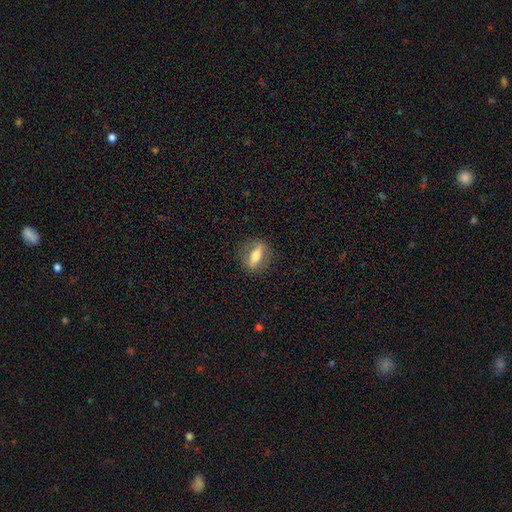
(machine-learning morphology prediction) Smooth or featured?
  - featured or disk: 55% *
  - smooth: 37%
  - star or artifact: 8%
Edge-on disk?
  - yes: 61% *
  - no: 39%
Merging?
  - none: 84% *
  - minor disturbance: 10%
  - major disturbance: 5%
  - merger: 1%